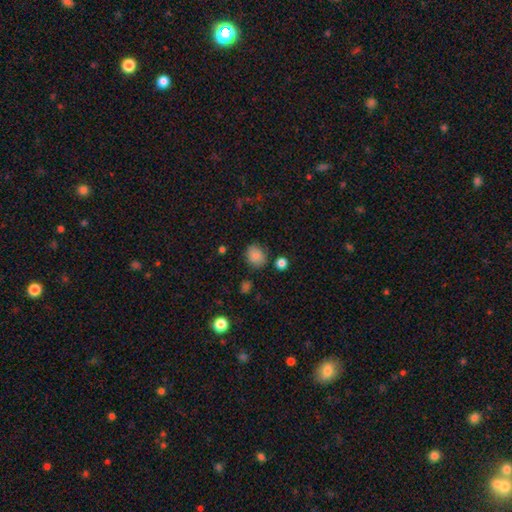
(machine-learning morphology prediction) This appears to be a smooth galaxy with no disk features (84%) that is round (58%). Merging: none (78%).